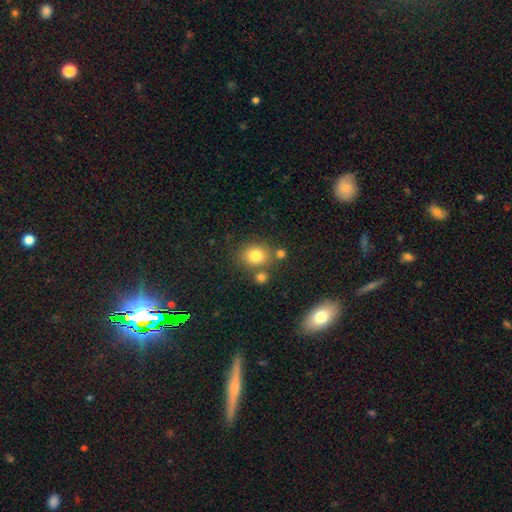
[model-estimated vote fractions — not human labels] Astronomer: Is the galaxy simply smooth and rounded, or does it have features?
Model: smooth — 79%.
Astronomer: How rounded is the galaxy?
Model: round — 67%.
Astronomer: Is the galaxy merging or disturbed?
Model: none — 70%.